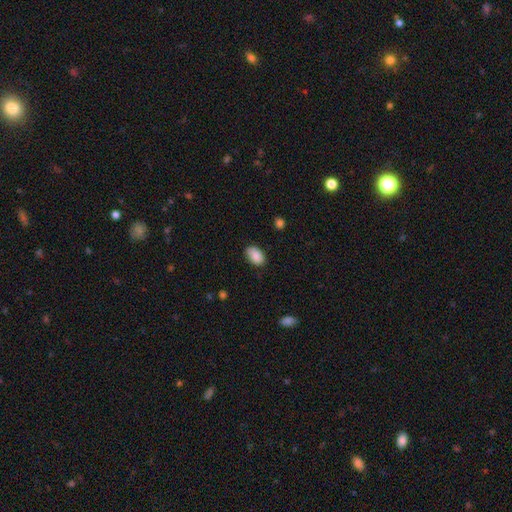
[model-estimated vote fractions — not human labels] Smooth or featured? Predicted: smooth (p=0.87). How rounded? Predicted: in between (p=0.90). Merging? Predicted: none (p=0.78).